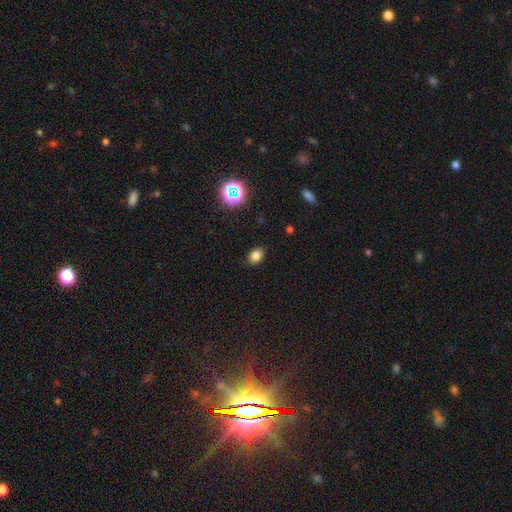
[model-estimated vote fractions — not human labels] Q: Smooth or featured?
A: smooth (80%); runner-up: star or artifact (14%)
Q: How rounded?
A: in between (72%); runner-up: round (27%)
Q: Merging?
A: none (87%); runner-up: minor disturbance (9%)